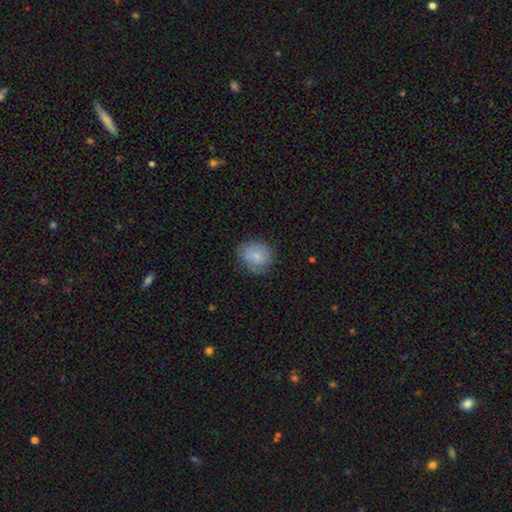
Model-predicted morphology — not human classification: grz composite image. It shows a smooth galaxy with no disk features (73%) that is round (68%). Merging: none (71%).